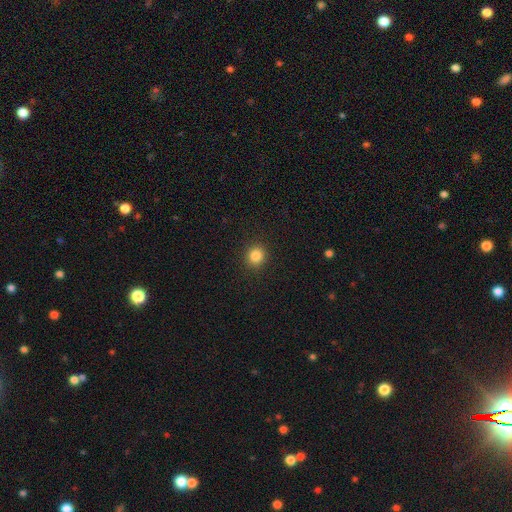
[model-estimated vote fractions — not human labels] smooth 84%, star or artifact 11%, featured or disk 4%. Down the decision tree: how rounded — round (90%); merging — none (91%).